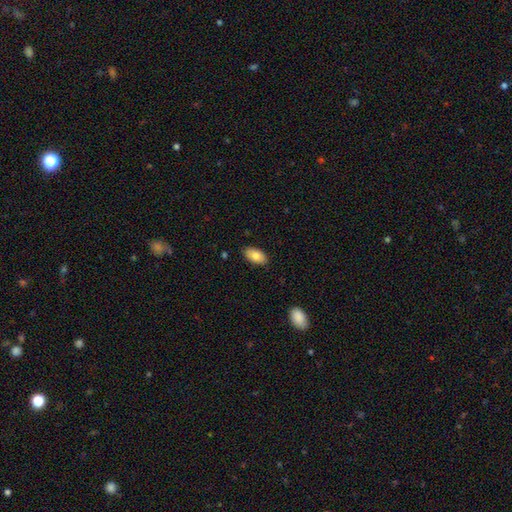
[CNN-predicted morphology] This is likely a smooth galaxy (78%). How rounded: clearly in between (94%). Merging: clearly none (86%).